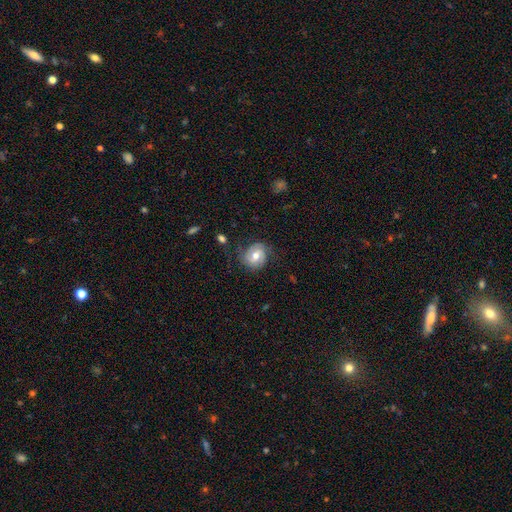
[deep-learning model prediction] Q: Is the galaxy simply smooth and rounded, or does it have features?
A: featured or disk — 48%.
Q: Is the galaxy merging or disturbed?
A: none — 67%.